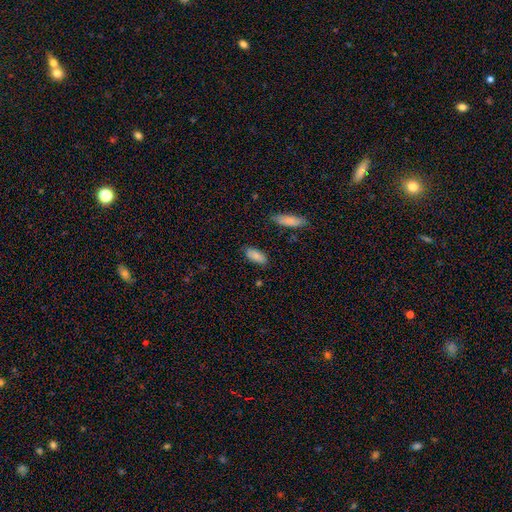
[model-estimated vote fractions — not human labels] Smooth or featured?
  - smooth: 83% *
  - featured or disk: 10%
  - star or artifact: 7%
How rounded?
  - in between: 88% *
  - cigar-shaped: 10%
  - round: 2%
Merging?
  - none: 82% *
  - minor disturbance: 13%
  - major disturbance: 3%
  - merger: 2%